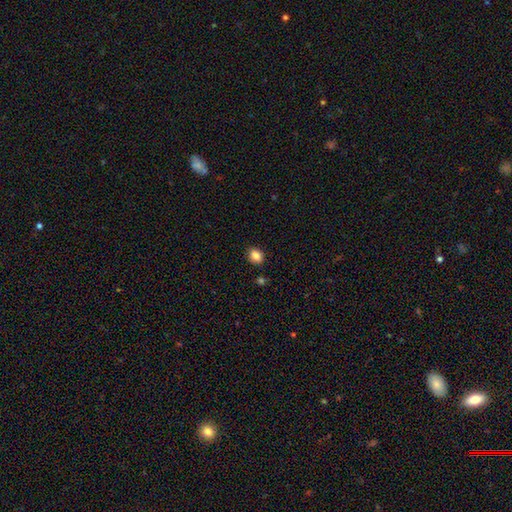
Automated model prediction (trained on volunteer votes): A smooth galaxy with no disk features (85%) that is round (51%). Merging: none (87%).